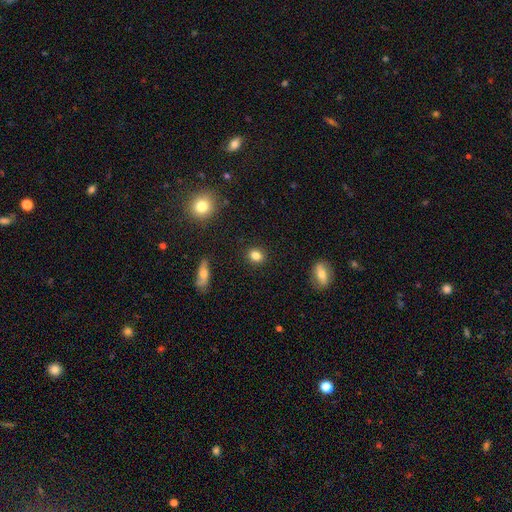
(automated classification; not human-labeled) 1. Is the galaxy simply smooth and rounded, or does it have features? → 83% smooth, 11% star or artifact, 7% featured or disk.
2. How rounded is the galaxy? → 64% round, 35% in between, 2% cigar-shaped.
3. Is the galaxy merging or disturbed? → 89% none, 7% minor disturbance, 2% major disturbance, 2% merger.